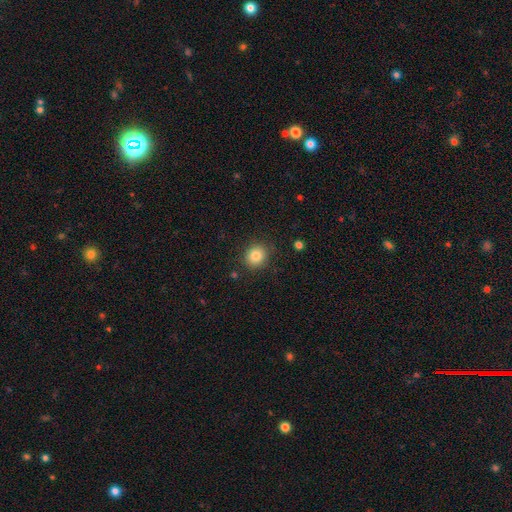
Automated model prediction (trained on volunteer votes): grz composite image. It shows a smooth galaxy with no disk features (84%) that is round (80%). Merging: none (87%).